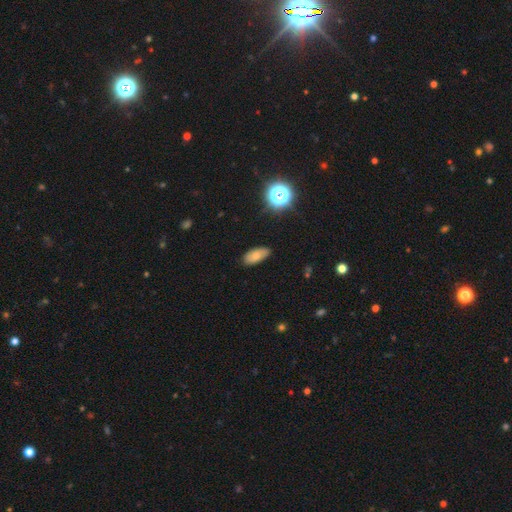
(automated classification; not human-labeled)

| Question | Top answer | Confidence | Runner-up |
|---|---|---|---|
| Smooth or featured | smooth | 75% | featured or disk (14%) |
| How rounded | in between | 89% | cigar-shaped (7%) |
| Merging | none | 80% | minor disturbance (16%) |